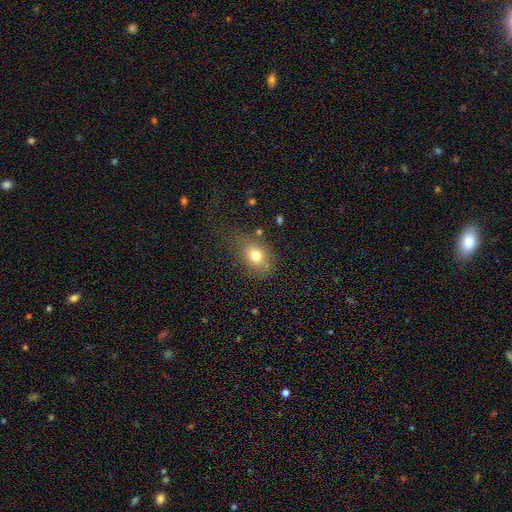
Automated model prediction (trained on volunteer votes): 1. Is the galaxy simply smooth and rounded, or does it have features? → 76% smooth, 12% featured or disk, 12% star or artifact.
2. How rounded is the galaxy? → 62% in between, 37% round, 2% cigar-shaped.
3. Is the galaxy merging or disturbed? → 59% none, 24% minor disturbance, 14% major disturbance, 4% merger.